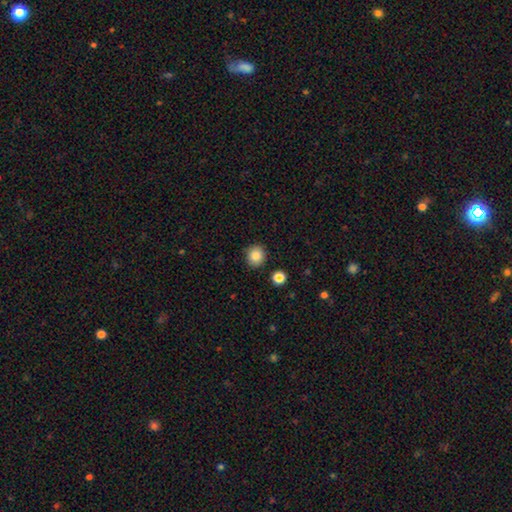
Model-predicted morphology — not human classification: Smooth or featured: smooth — 85% (star or artifact — 10%)
How rounded: round — 87% (in between — 12%)
Merging: none — 89% (minor disturbance — 7%)